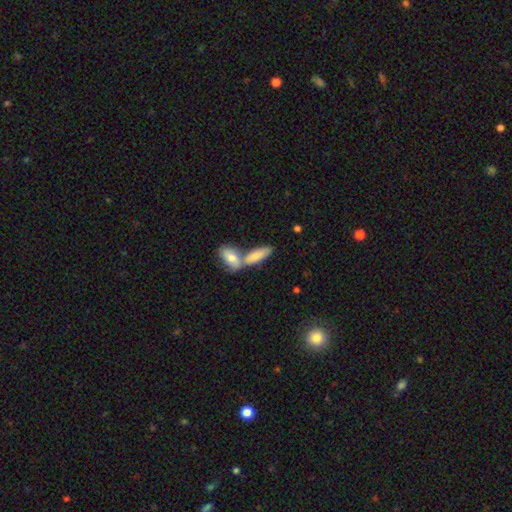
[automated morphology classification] Overall: smooth (78%). How rounded: in between (63%; cigar-shaped 34%). Merging: merger (53%; none 35%).